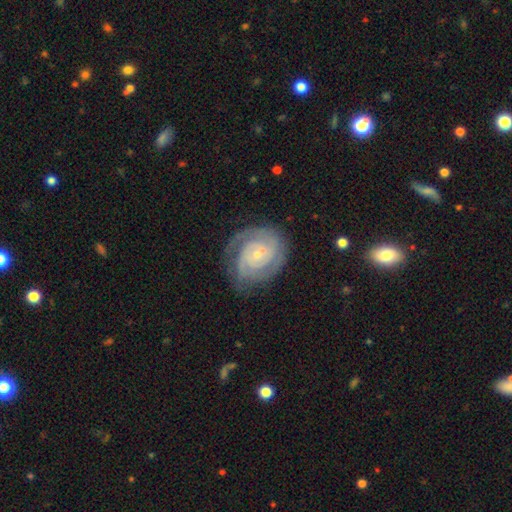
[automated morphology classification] A featured or disk galaxy (87%) with no bar (56%), 2 (47%) tight (74%) spiral arms (97%) and a small central bulge (79%).

Vote fractions:
- Smooth or featured? featured or disk: 87% / smooth: 7% / star or artifact: 5%
- Edge-on disk? no: 98% / yes: 2%
- Bar? no: 56% / weak: 34% / strong: 9%
- Spiral arms? yes: 97% / no: 3%
- Spiral winding? tight: 74% / medium: 23% / loose: 4%
- Spiral arm count? 2: 47% / 3: 20% / can't tell: 18% / 4: 6% / 1: 5% / more than 4: 4%
- Bulge size? small: 79% / moderate: 16% / none: 3% / large: 1% / dominant: 1%
- Merging? none: 76% / minor disturbance: 16% / major disturbance: 6% / merger: 1%